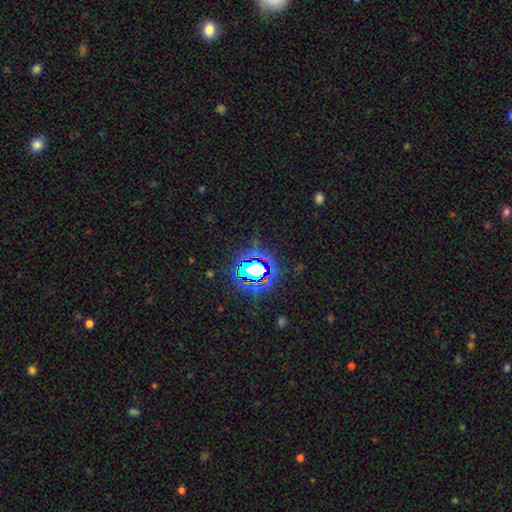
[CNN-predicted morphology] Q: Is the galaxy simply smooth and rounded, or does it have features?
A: star or artifact — 81%.